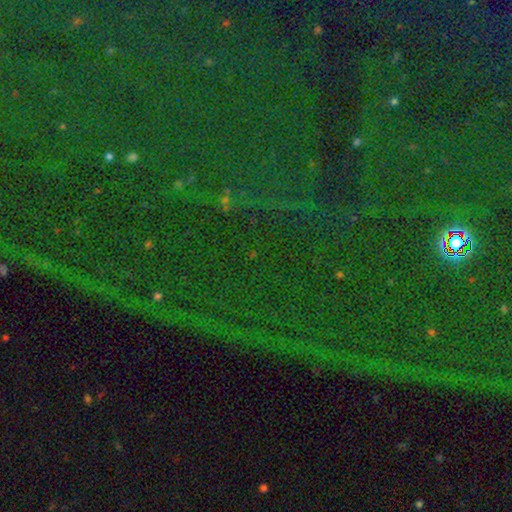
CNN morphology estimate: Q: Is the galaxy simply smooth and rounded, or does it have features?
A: star or artifact — 84%.